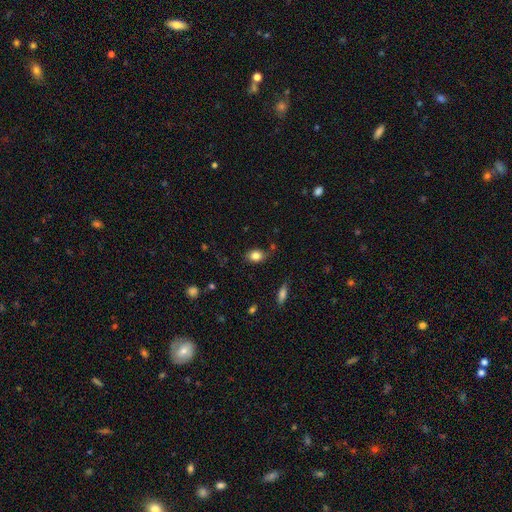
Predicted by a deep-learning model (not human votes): Q: Smooth or featured?
A: smooth (83%); runner-up: star or artifact (10%)
Q: How rounded?
A: in between (69%); runner-up: round (29%)
Q: Merging?
A: none (72%); runner-up: minor disturbance (20%)